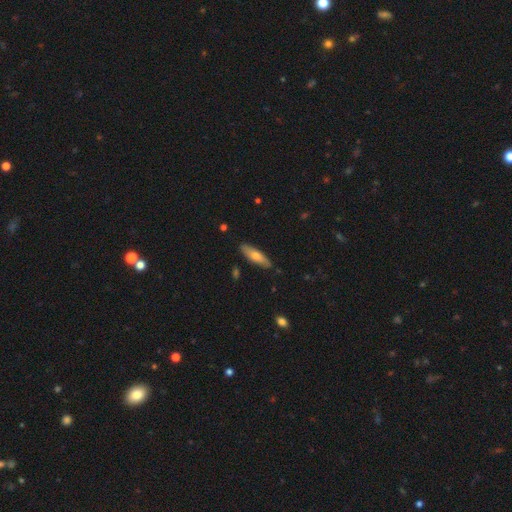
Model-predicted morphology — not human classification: The model was most divided on "how rounded": cigar-shaped: 59%, in between: 39%, round: 2%. More confident: merging — none (85%); smooth or featured — smooth (63%).